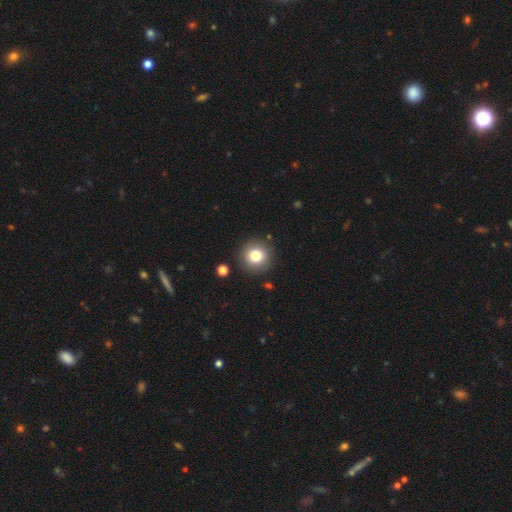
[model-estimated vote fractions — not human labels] Smooth or featured: smooth — 79% (star or artifact — 11%)
How rounded: round — 94% (in between — 5%)
Merging: none — 89% (minor disturbance — 7%)